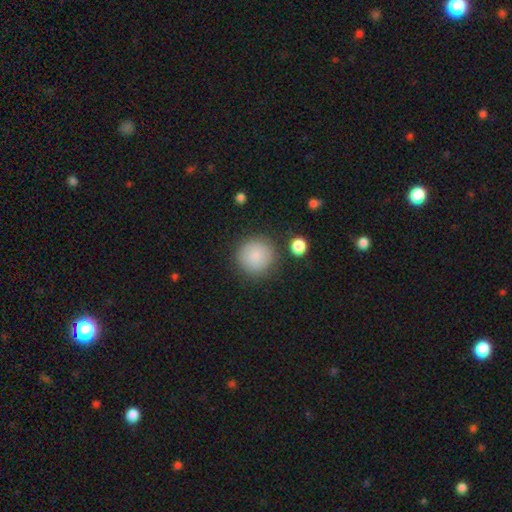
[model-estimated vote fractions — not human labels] Smooth or featured?
  - smooth: 86% *
  - star or artifact: 8%
  - featured or disk: 7%
How rounded?
  - round: 94% *
  - in between: 5%
  - cigar-shaped: 1%
Merging?
  - none: 83% *
  - minor disturbance: 10%
  - merger: 4%
  - major disturbance: 4%